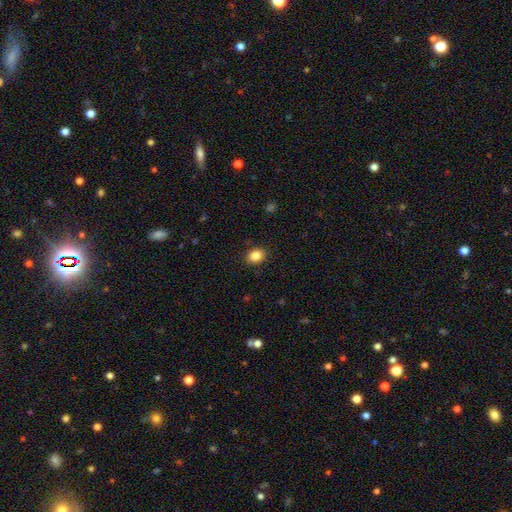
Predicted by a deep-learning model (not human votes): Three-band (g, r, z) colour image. It shows a smooth galaxy with no disk features (86%) that is in between round and cigar-shaped (52%). Merging: none (89%).